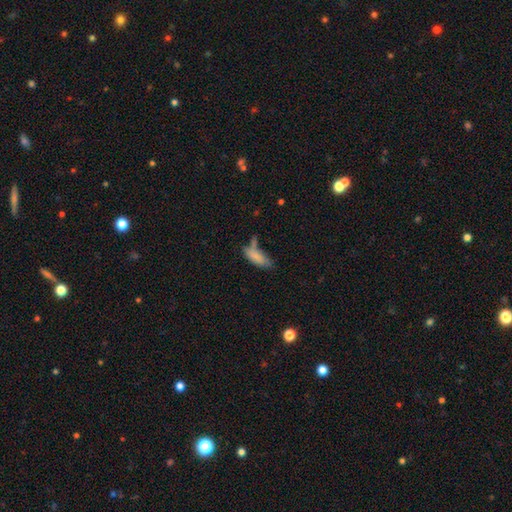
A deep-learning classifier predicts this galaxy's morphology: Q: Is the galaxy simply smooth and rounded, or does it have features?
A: smooth — 81%.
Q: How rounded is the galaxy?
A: in between — 69%.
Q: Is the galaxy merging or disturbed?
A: none — 43%.